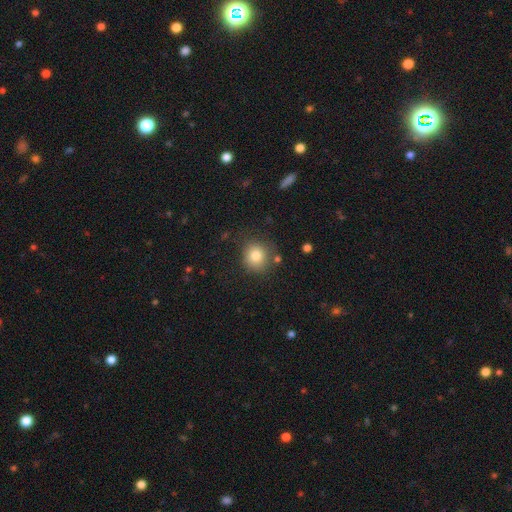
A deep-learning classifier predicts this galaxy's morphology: Q: Smooth or featured?
A: smooth (81%); runner-up: star or artifact (11%)
Q: How rounded?
A: round (86%); runner-up: in between (13%)
Q: Merging?
A: none (77%); runner-up: minor disturbance (13%)